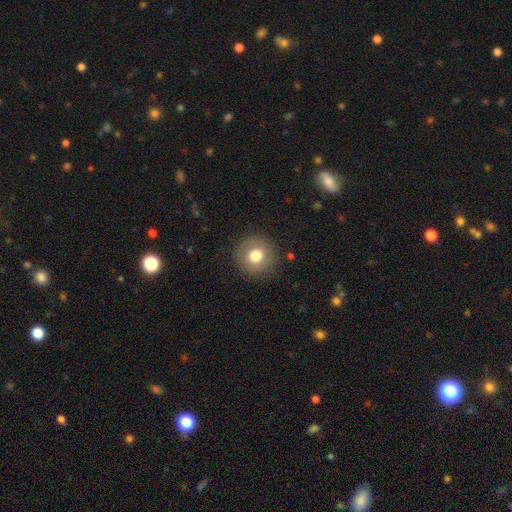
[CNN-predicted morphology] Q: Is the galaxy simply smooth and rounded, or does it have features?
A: smooth — 75%.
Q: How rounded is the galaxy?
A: round — 95%.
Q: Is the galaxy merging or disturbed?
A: none — 89%.